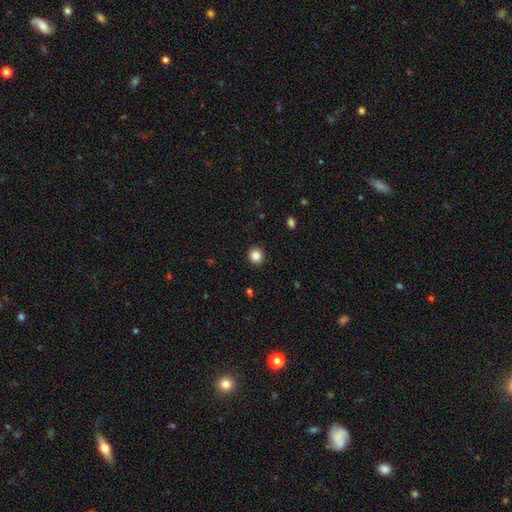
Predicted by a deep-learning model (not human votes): Q: Smooth or featured?
A: smooth (85%); runner-up: star or artifact (10%)
Q: How rounded?
A: round (88%); runner-up: in between (11%)
Q: Merging?
A: none (92%); runner-up: minor disturbance (5%)